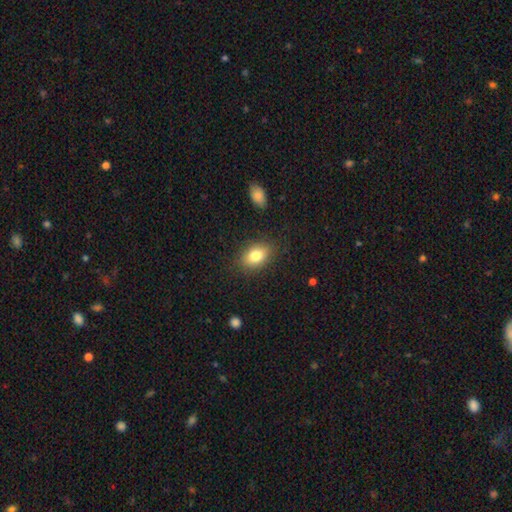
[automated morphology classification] Q: Smooth or featured?
A: smooth (81%); runner-up: featured or disk (10%)
Q: How rounded?
A: in between (83%); runner-up: round (15%)
Q: Merging?
A: none (84%); runner-up: minor disturbance (11%)